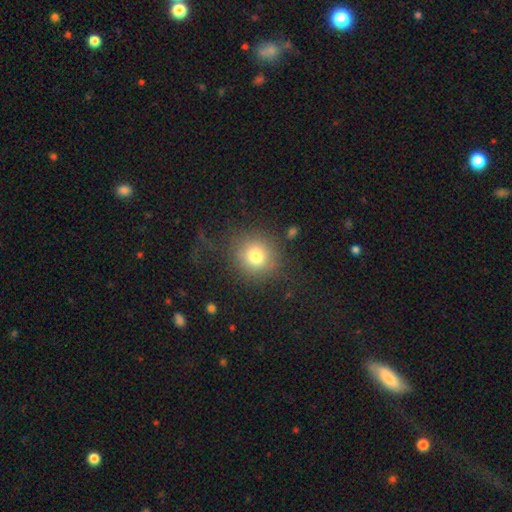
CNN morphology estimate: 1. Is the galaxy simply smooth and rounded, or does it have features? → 77% smooth, 13% star or artifact, 11% featured or disk.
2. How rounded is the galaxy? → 88% round, 11% in between, 1% cigar-shaped.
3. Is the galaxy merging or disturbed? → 74% none, 13% minor disturbance, 11% major disturbance, 2% merger.